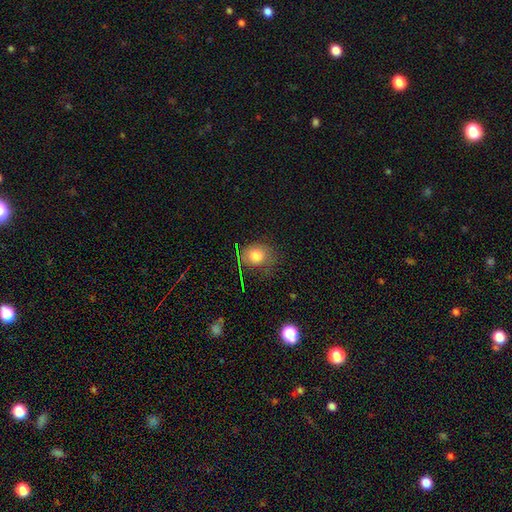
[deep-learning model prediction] Morphology: type=smooth (76%); roundness=round (57%); merging=none (67%).